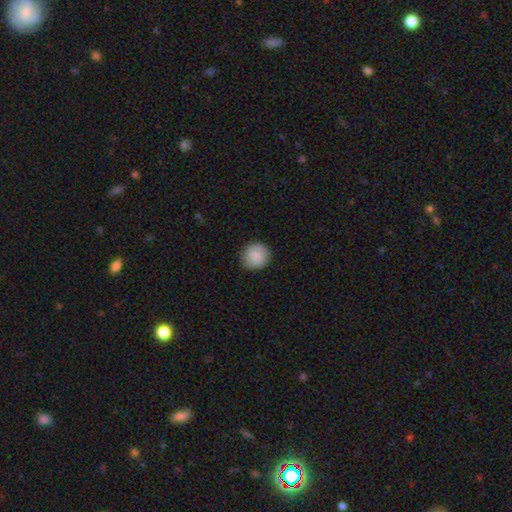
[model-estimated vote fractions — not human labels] Smooth or featured? Predicted: smooth (p=0.88). How rounded? Predicted: round (p=0.91). Merging? Predicted: none (p=0.90).